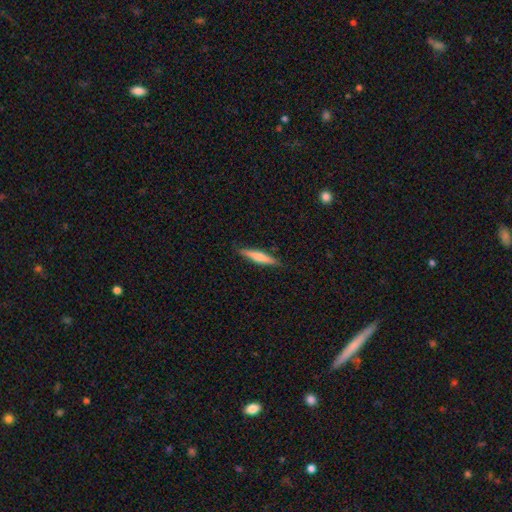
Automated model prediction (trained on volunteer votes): A smooth galaxy with no disk features (58%) that is cigar-shaped (90%). Merging: none (88%).